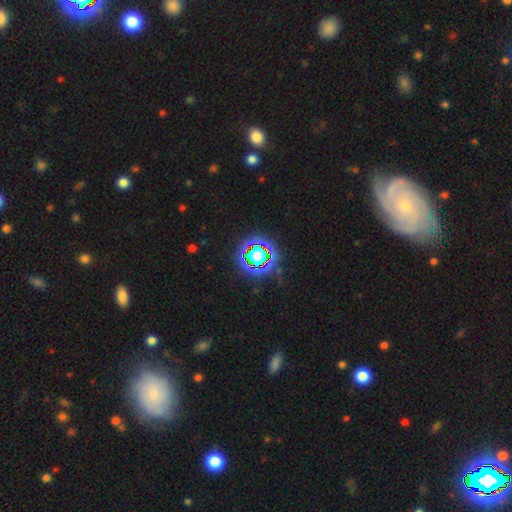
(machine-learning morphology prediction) Smooth or featured? star or artifact (46%)